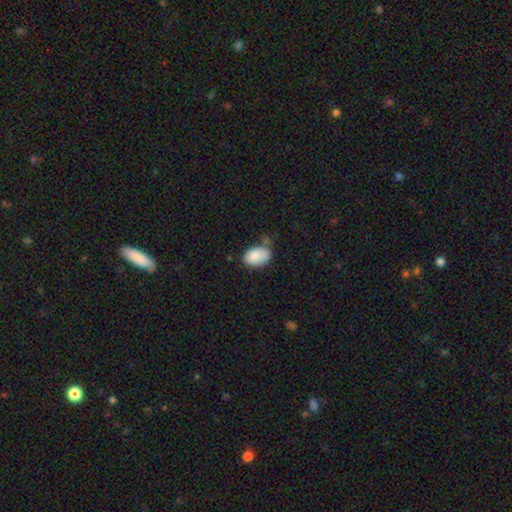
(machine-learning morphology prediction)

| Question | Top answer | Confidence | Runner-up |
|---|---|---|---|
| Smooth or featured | smooth | 85% | featured or disk (8%) |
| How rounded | in between | 90% | round (9%) |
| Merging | none | 49% | minor disturbance (32%) |